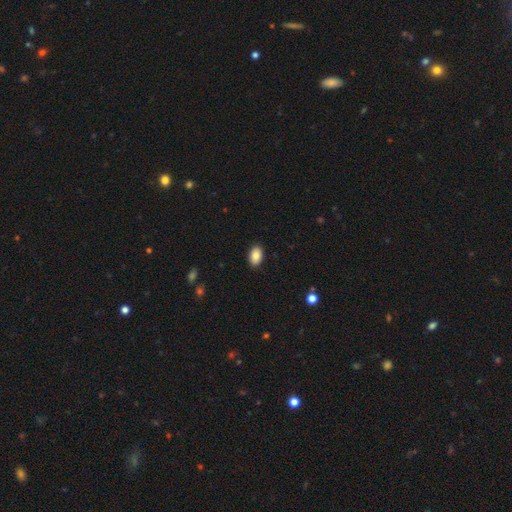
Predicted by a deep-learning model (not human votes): This is clearly a smooth galaxy (88%). How rounded: clearly in between (91%). Merging: clearly none (90%).